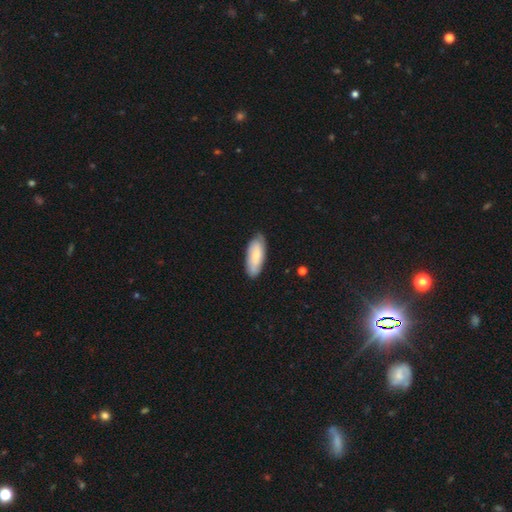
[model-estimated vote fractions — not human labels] Morphology: type=smooth (74%); roundness=in between (78%); merging=none (78%).